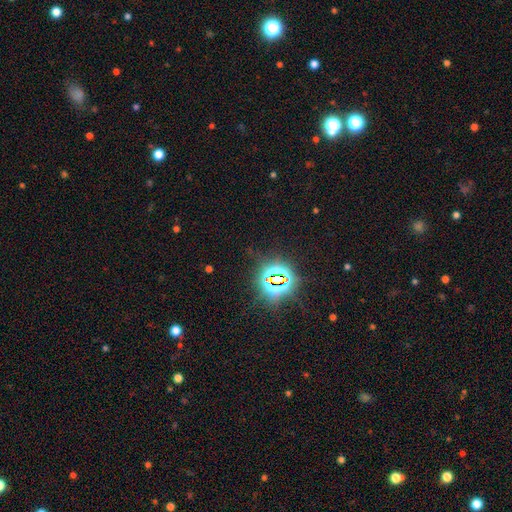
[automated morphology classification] Smooth or featured? star or artifact (82%)